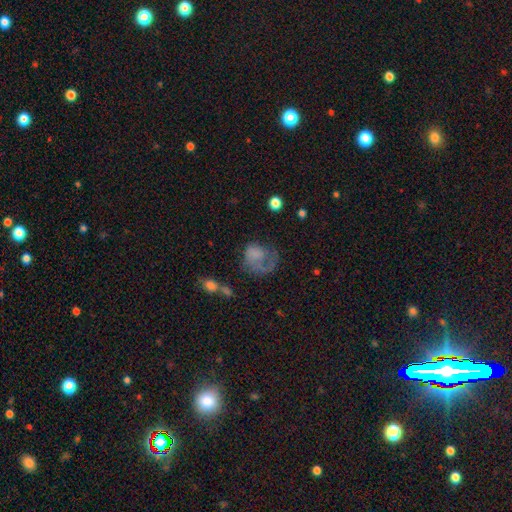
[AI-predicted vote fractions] Morphology: type=smooth (54%); roundness=round (58%); merging=major disturbance (46%).